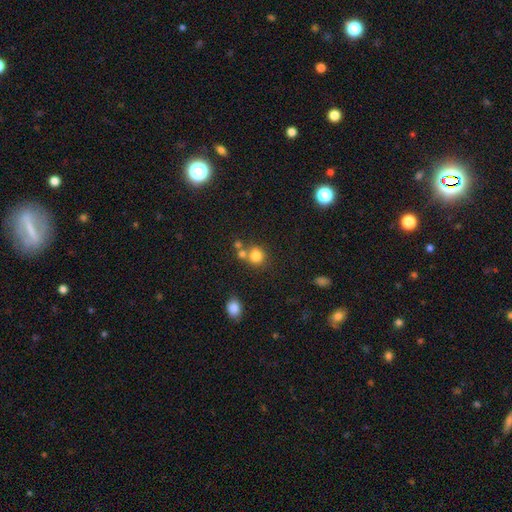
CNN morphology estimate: A smooth galaxy with no disk features (80%) that is round (85%). Merging: none (59%).